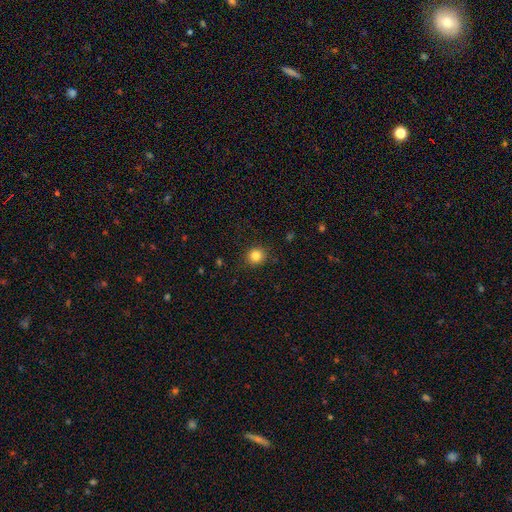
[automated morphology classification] Smooth or featured? smooth (83%)
How rounded? round (90%)
Merging? none (89%)